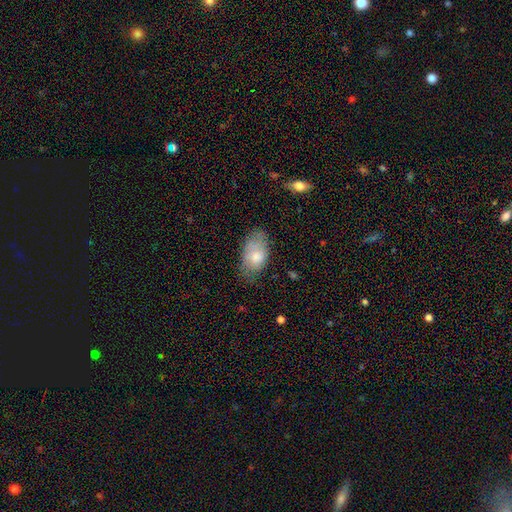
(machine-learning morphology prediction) This is likely a smooth galaxy (77%). How rounded: clearly in between (93%). Merging: likely none (62%).